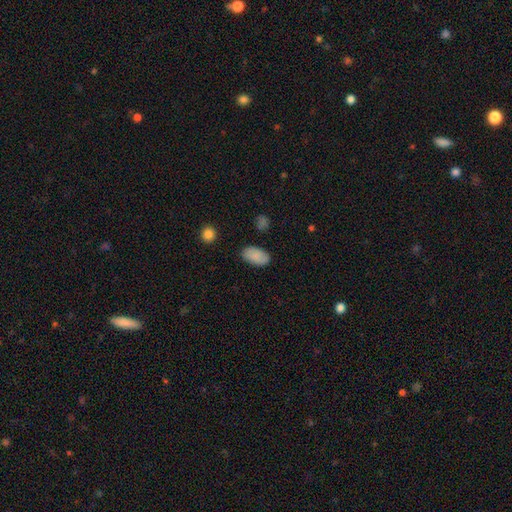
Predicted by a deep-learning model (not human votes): This appears to be a smooth galaxy with no disk features (87%) that is in between round and cigar-shaped (94%). Merging: none (85%).